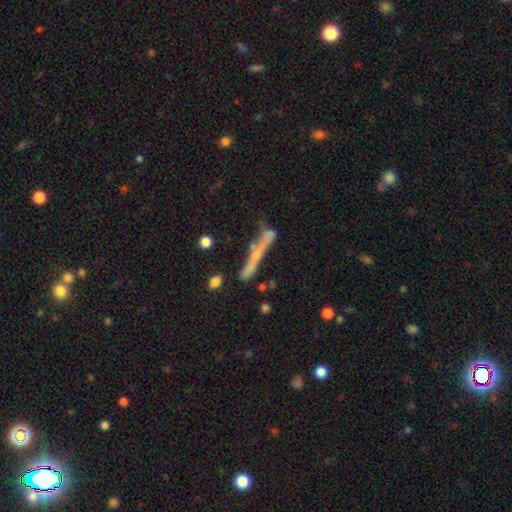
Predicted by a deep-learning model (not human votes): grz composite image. It shows a featured or disk galaxy (54%) viewed edge-on (85%). Merging: none (55%).